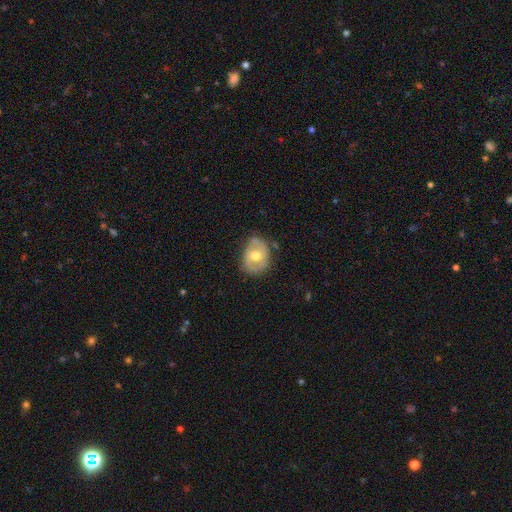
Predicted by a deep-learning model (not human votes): Overall: featured or disk (55%; smooth 39%). Edge-on disk: no (95%). Bar: no (59%; weak 31%). Spiral arms: no (55%; yes 45%). Bulge size: moderate (77%). Merging: none (66%).